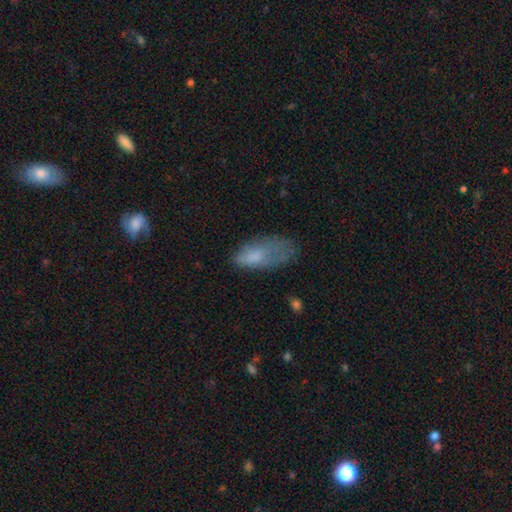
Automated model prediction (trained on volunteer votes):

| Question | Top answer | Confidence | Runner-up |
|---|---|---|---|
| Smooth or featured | smooth | 70% | featured or disk (21%) |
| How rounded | in between | 86% | cigar-shaped (11%) |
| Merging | minor disturbance | 34% | none (33%) |